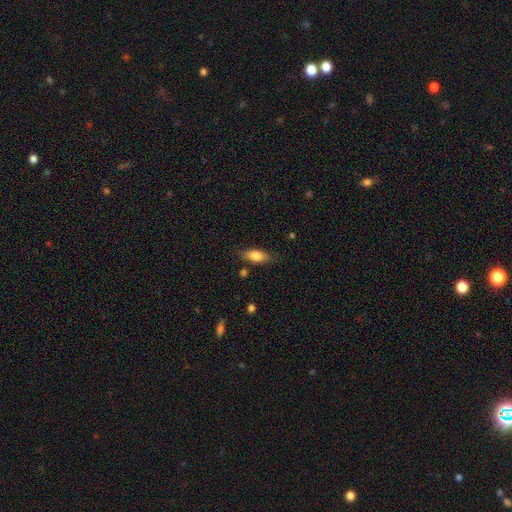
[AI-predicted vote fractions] smooth-or-featured: smooth: 78% | featured or disk: 15% | star or artifact: 7%
  how-rounded: in between: 78% | cigar-shaped: 19% | round: 3%
  merging: none: 79% | minor disturbance: 15% | major disturbance: 3% | merger: 2%